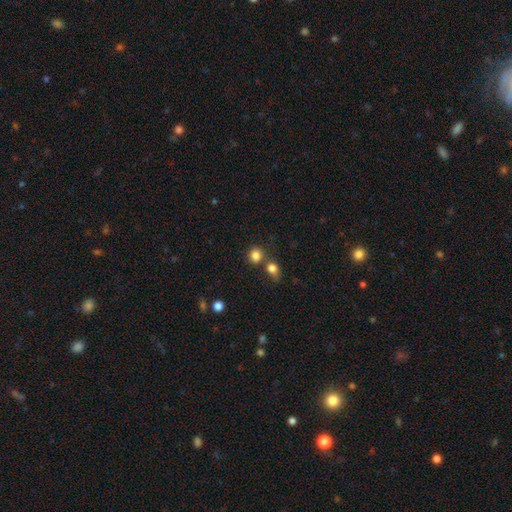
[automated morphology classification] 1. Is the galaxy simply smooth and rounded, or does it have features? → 83% smooth, 11% star or artifact, 6% featured or disk.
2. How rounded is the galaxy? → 85% round, 14% in between, 1% cigar-shaped.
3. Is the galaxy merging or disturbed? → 62% none, 26% merger, 8% minor disturbance, 3% major disturbance.